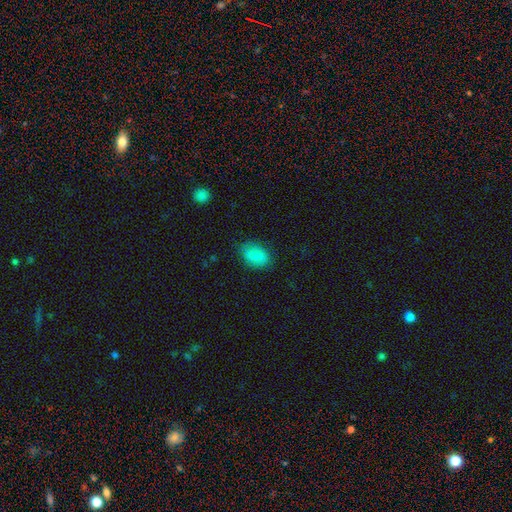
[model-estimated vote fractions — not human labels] Morphology: type=smooth (83%); roundness=in between (80%); merging=none (79%).